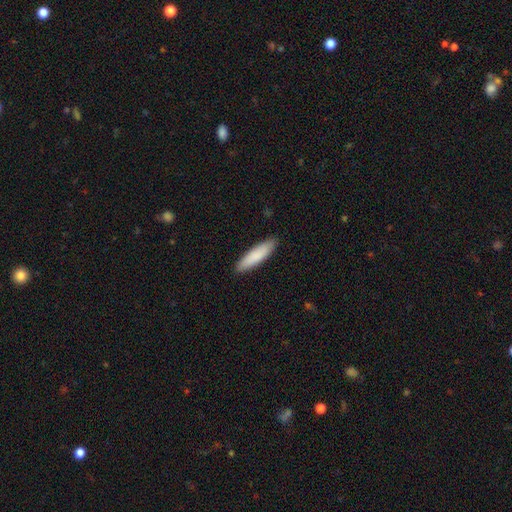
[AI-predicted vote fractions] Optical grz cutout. It shows a smooth galaxy with no disk features (86%) that is cigar-shaped (73%). Merging: none (90%).